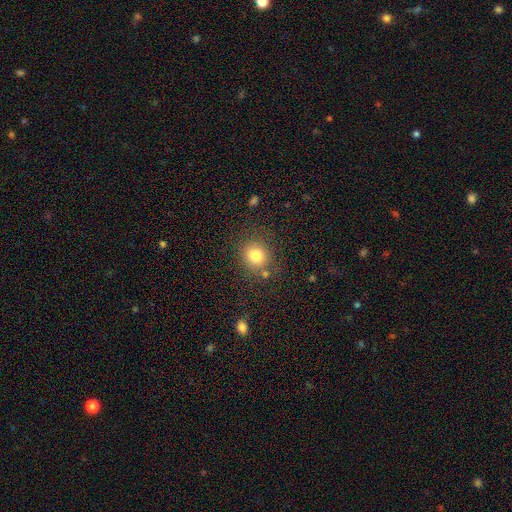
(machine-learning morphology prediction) This appears to be a smooth galaxy with no disk features (80%) that is round (80%). Merging: none (79%).